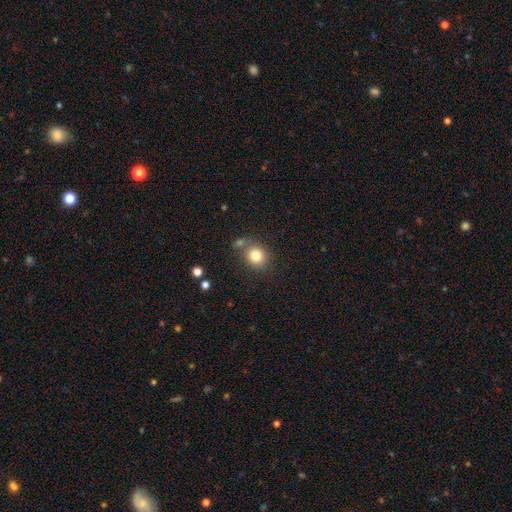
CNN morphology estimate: The model was most divided on "merging": none: 68%, merger: 15%, minor disturbance: 13%, major disturbance: 5%. More confident: smooth or featured — smooth (81%); how rounded — round (80%).